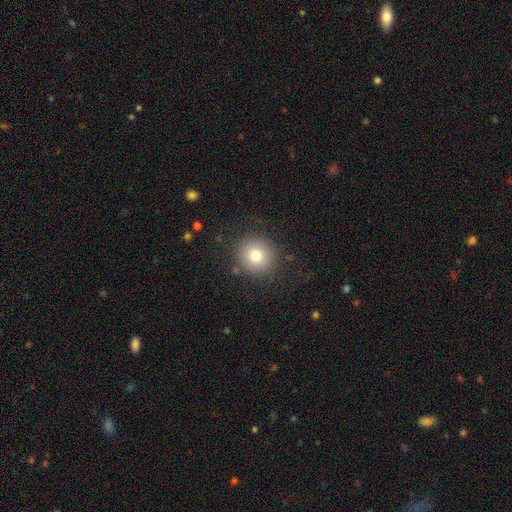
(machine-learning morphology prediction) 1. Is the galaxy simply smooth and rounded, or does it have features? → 76% smooth, 13% star or artifact, 12% featured or disk.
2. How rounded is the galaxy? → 90% round, 9% in between, 1% cigar-shaped.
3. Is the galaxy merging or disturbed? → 86% none, 8% minor disturbance, 4% major disturbance, 2% merger.